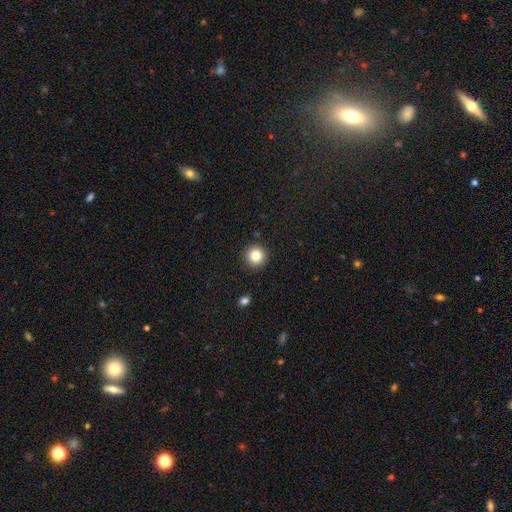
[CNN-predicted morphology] Smooth or featured? Predicted: smooth (p=0.83). How rounded? Predicted: round (p=0.95). Merging? Predicted: none (p=0.92).